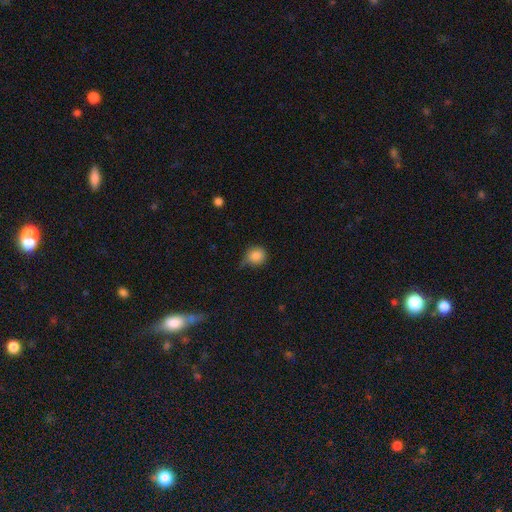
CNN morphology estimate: A smooth galaxy with no disk features (85%) that is round (85%). Merging: none (61%).